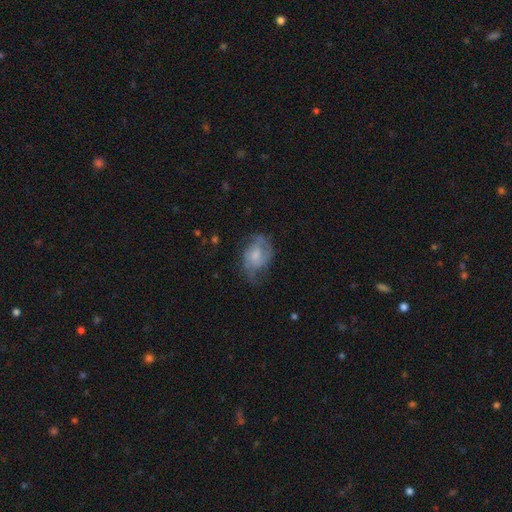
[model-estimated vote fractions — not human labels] Smooth or featured: featured or disk — 57% (smooth — 35%)
Edge-on disk: no — 97% (yes — 3%)
Bar: no — 61% (weak — 34%)
Spiral arms: yes — 79% (no — 21%)
Bulge size: moderate — 38% (small — 37%)
Merging: none — 44% (minor disturbance — 30%)